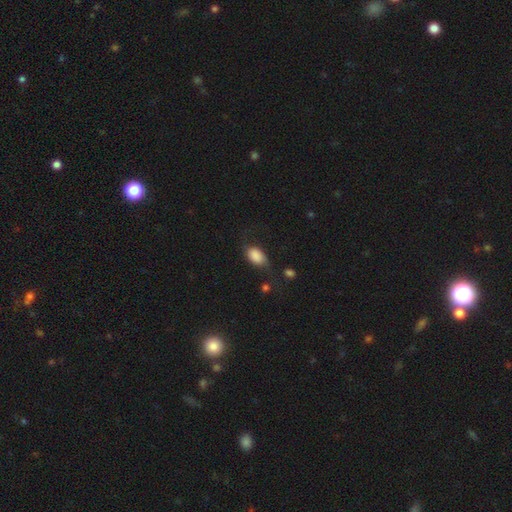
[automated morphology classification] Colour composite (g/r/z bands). It shows a smooth galaxy with no disk features (80%) that is in between round and cigar-shaped (87%). Merging: none (46%).